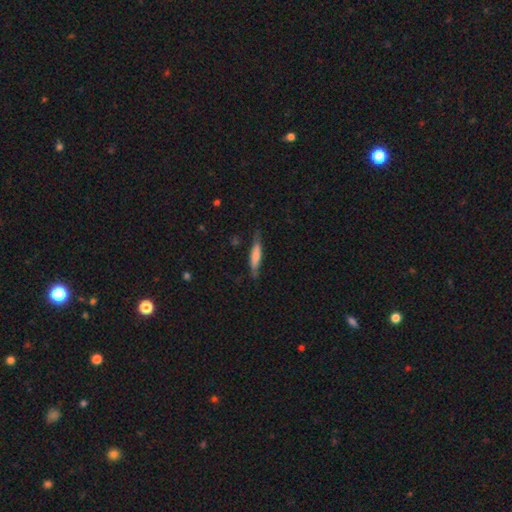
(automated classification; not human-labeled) Smooth or featured?
  - smooth: 65% *
  - featured or disk: 30%
  - star or artifact: 6%
How rounded?
  - cigar-shaped: 82% *
  - in between: 16%
  - round: 2%
Merging?
  - none: 73% *
  - minor disturbance: 21%
  - major disturbance: 5%
  - merger: 2%